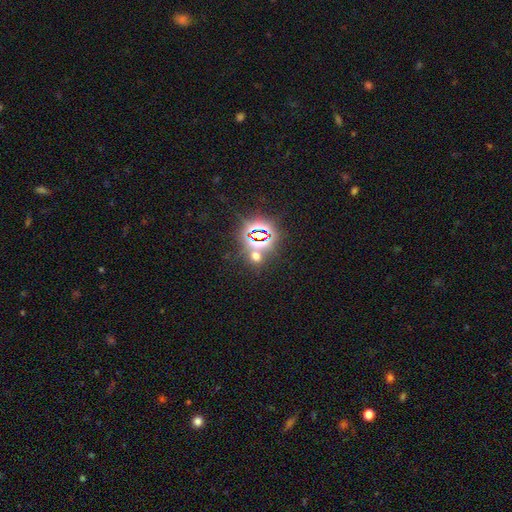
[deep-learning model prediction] Morphology: type=star or artifact (57%).